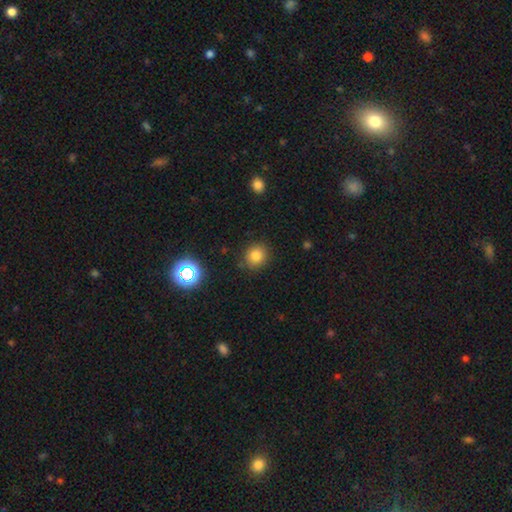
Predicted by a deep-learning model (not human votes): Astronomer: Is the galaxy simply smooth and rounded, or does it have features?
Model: smooth — 81%.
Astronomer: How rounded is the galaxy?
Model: round — 86%.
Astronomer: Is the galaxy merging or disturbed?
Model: none — 85%.